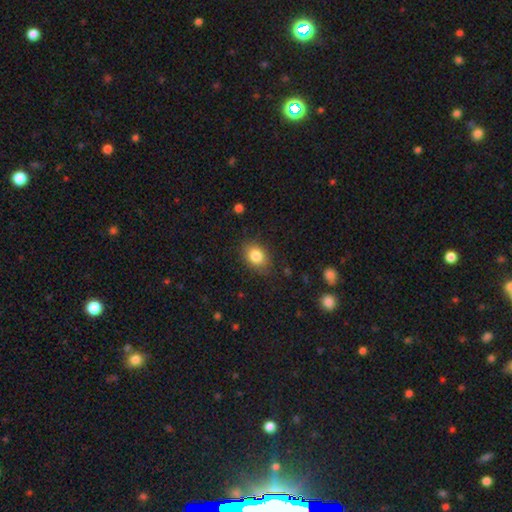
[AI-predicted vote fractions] smooth_or_featured: smooth (p=0.84) [alt: star or artifact p=0.09]
how_rounded: in between (p=0.68) [alt: round p=0.31]
merging: none (p=0.82) [alt: minor disturbance p=0.13]